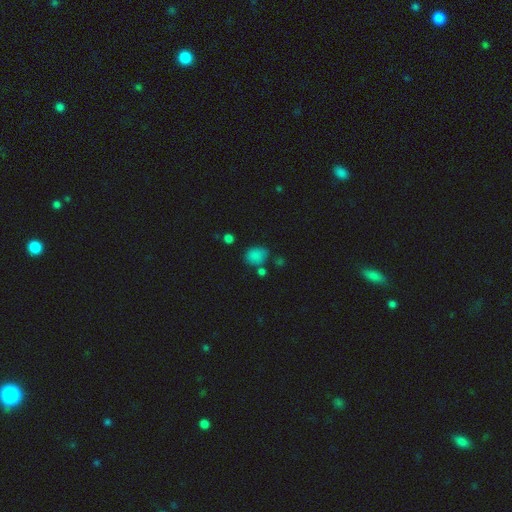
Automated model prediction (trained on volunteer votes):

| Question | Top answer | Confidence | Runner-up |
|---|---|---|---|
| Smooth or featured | smooth | 80% | star or artifact (15%) |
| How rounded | in between | 58% | round (41%) |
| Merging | none | 64% | minor disturbance (19%) |